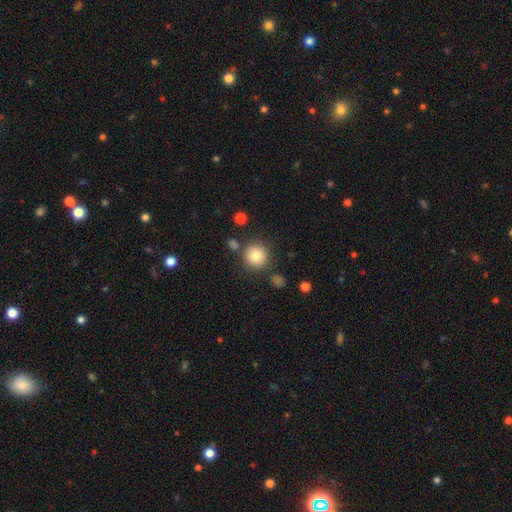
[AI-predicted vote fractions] A smooth galaxy with no disk features (81%) that is round (94%). Merging: none (81%).